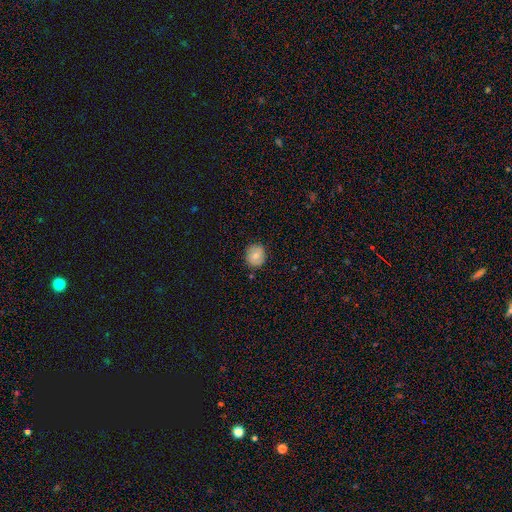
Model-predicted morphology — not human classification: Overall: smooth (73%). How rounded: round (85%). Merging: none (85%).